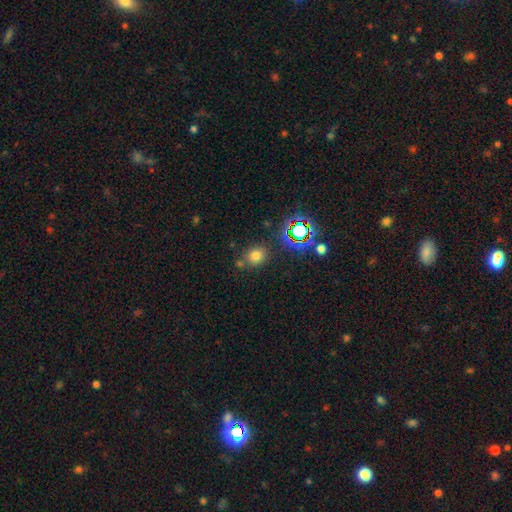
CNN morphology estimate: Overall: smooth (72%). How rounded: round (66%; in between 33%). Merging: none (73%).